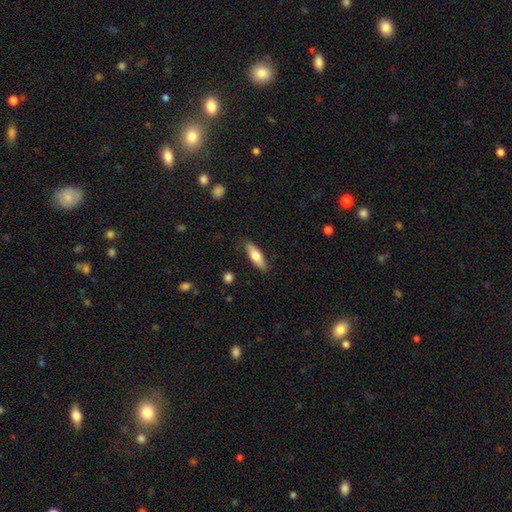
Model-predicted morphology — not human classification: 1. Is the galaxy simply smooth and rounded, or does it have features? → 70% smooth, 25% featured or disk, 6% star or artifact.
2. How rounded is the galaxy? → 51% in between, 46% cigar-shaped, 2% round.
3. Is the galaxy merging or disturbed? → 85% none, 11% minor disturbance, 2% major disturbance, 1% merger.